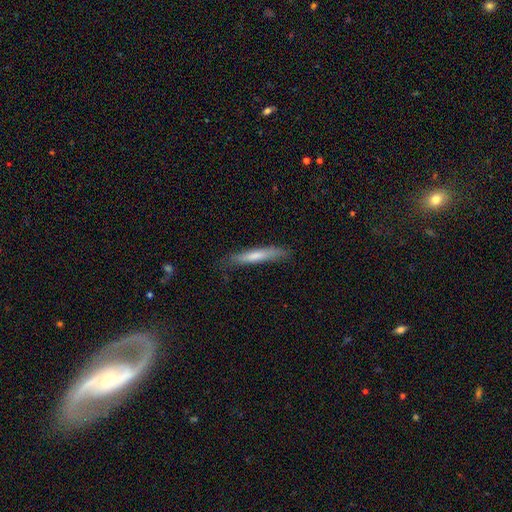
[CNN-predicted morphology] A smooth galaxy with no disk features (69%) that is cigar-shaped (91%). Merging: none (76%).